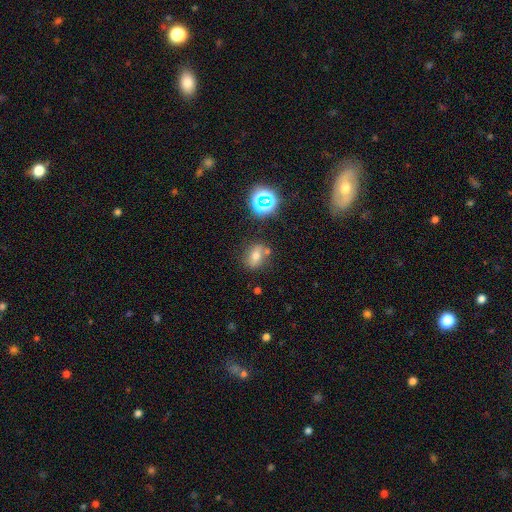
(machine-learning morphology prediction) Q: Smooth or featured?
A: smooth (57%); runner-up: featured or disk (22%)
Q: How rounded?
A: in between (64%); runner-up: round (31%)
Q: Merging?
A: none (66%); runner-up: minor disturbance (18%)